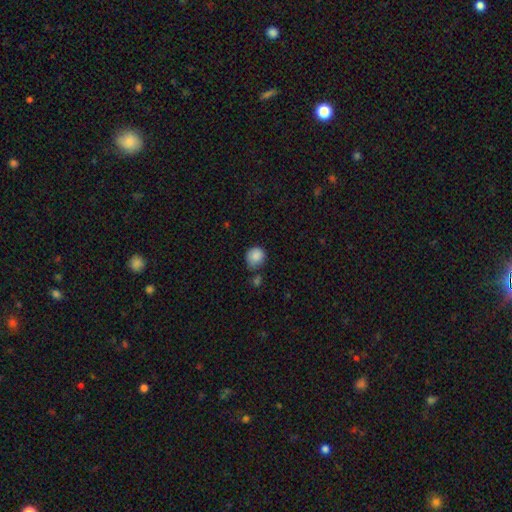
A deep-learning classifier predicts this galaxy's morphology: smooth 87%, star or artifact 8%, featured or disk 5%. Down the decision tree: how rounded — round (82%); merging — none (63%).